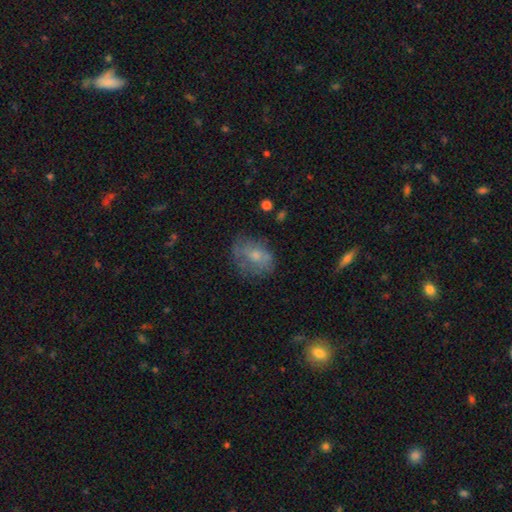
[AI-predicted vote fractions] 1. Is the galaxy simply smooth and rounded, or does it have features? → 56% smooth, 35% featured or disk, 9% star or artifact.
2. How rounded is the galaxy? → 63% in between, 35% round, 1% cigar-shaped.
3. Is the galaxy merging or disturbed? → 55% none, 27% minor disturbance, 16% major disturbance, 2% merger.